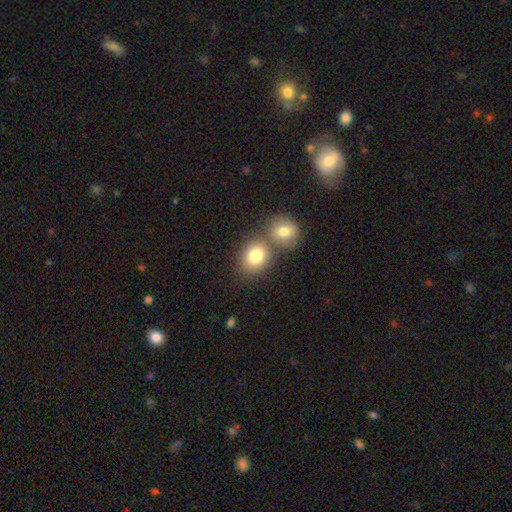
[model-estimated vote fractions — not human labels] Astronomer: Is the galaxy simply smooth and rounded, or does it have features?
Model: smooth — 81%.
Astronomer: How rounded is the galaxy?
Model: round — 62% (runner-up: in between, 37%).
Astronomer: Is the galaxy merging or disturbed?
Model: none — 49% (runner-up: merger, 40%).